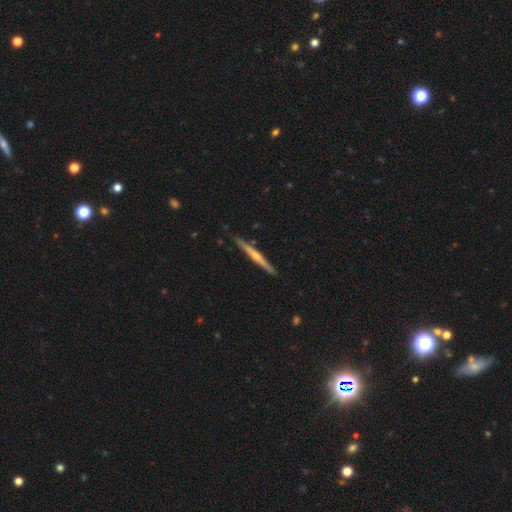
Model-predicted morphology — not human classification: smooth-or-featured: featured or disk: 67% | smooth: 28% | star or artifact: 5%
  disk-edge-on: yes: 98% | no: 2%
    edge-on-bulge: rounded: 69% | none: 23% | boxy: 8%
  merging: none: 89% | minor disturbance: 8% | merger: 2% | major disturbance: 1%